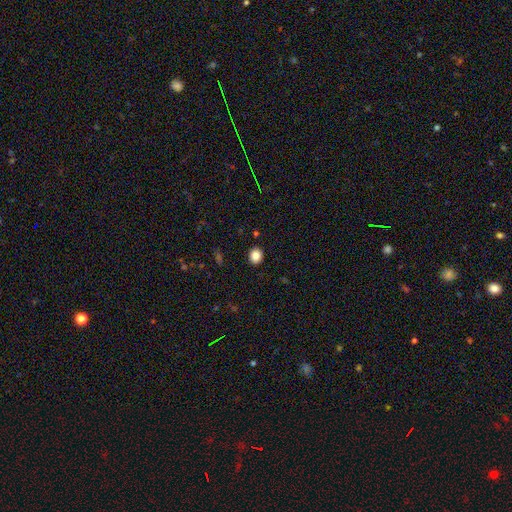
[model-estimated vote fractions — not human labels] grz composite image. It shows a smooth galaxy with no disk features (86%) that is round (65%). Merging: none (90%).